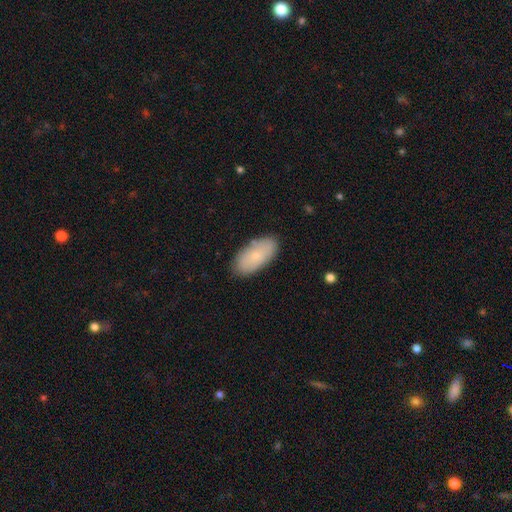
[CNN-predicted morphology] Smooth or featured? Predicted: smooth (p=0.76). How rounded? Predicted: in between (p=0.93). Merging? Predicted: none (p=0.83).